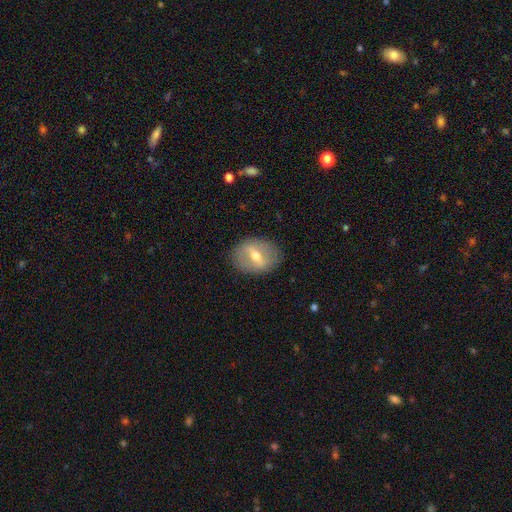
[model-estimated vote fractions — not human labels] Smooth or featured: featured or disk — 60% (smooth — 32%)
Edge-on disk: no — 85% (yes — 15%)
Bar: strong — 53% (weak — 36%)
Spiral arms: no — 78% (yes — 22%)
Bulge size: moderate — 70% (small — 21%)
Merging: none — 83% (minor disturbance — 12%)